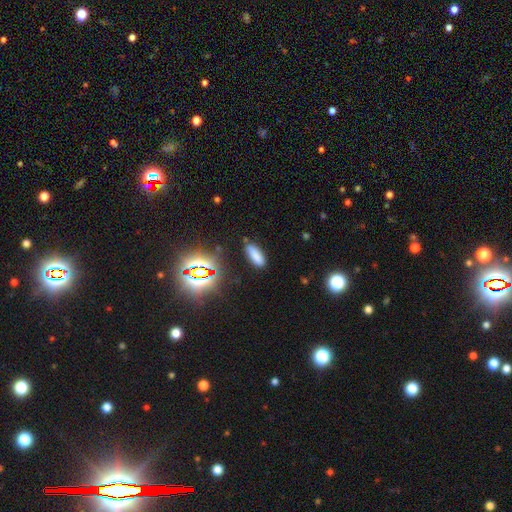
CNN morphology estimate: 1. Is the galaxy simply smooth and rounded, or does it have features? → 74% smooth, 19% star or artifact, 7% featured or disk.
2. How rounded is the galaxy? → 72% in between, 25% cigar-shaped, 3% round.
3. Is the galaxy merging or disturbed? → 83% none, 11% minor disturbance, 3% major disturbance, 2% merger.